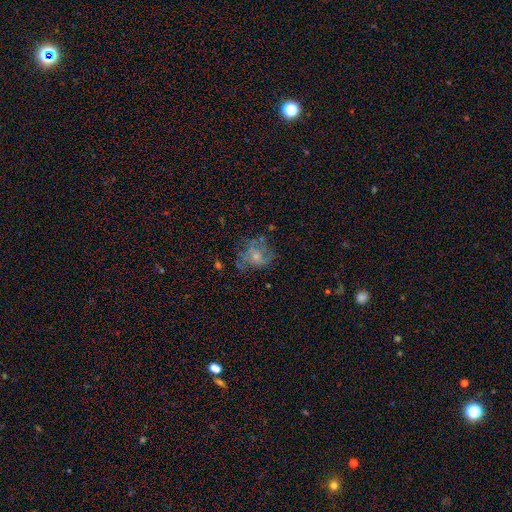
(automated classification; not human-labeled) A featured or disk galaxy (44%). Merging: none (51%).